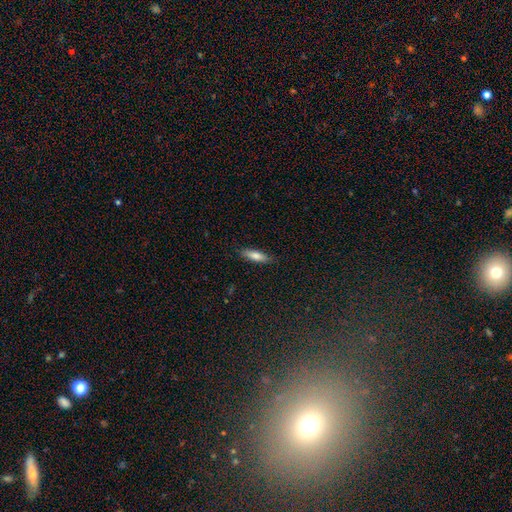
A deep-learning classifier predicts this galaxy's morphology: The model was most divided on "how rounded": cigar-shaped: 57%, in between: 41%, round: 2%. More confident: merging — none (85%); smooth or featured — smooth (77%).